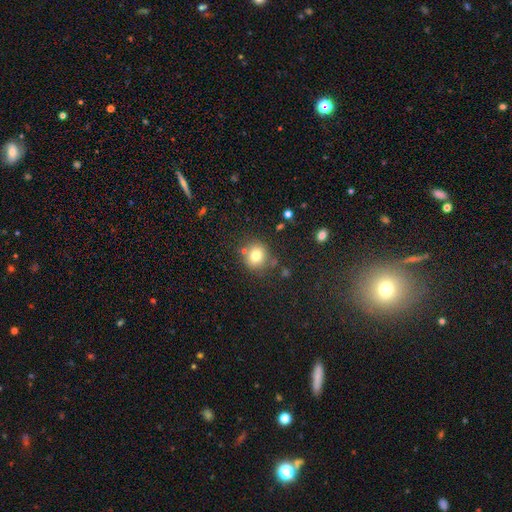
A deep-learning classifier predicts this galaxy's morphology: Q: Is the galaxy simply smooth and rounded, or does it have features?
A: smooth — 77%.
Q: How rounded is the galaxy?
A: round — 87%.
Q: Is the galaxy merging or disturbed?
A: none — 78%.